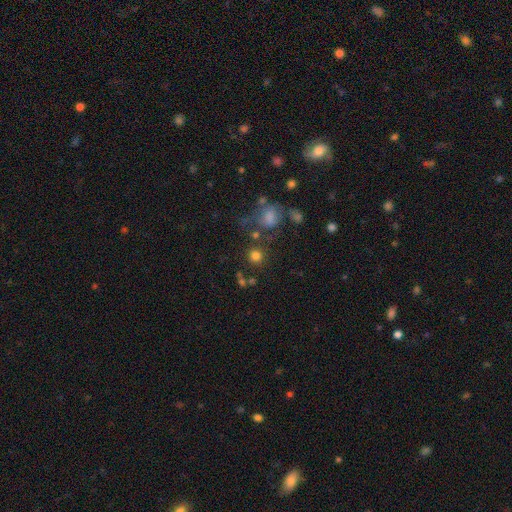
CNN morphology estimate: Smooth or featured? Predicted: smooth (p=0.79). How rounded? Predicted: round (p=0.91). Merging? Predicted: none (p=0.74).